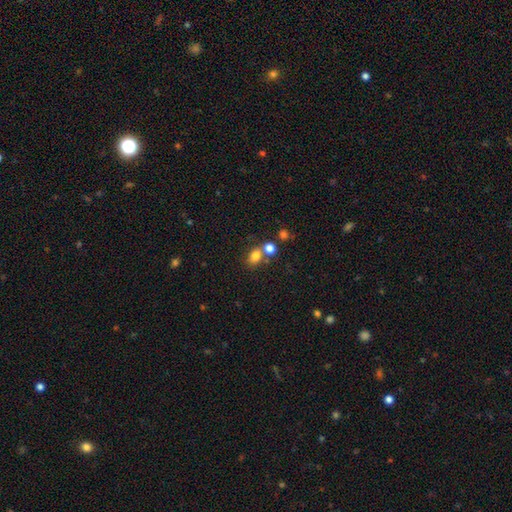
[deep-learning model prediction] This appears to be a smooth galaxy with no disk features (78%) that is in between round and cigar-shaped (60%). Merging: none (54%).